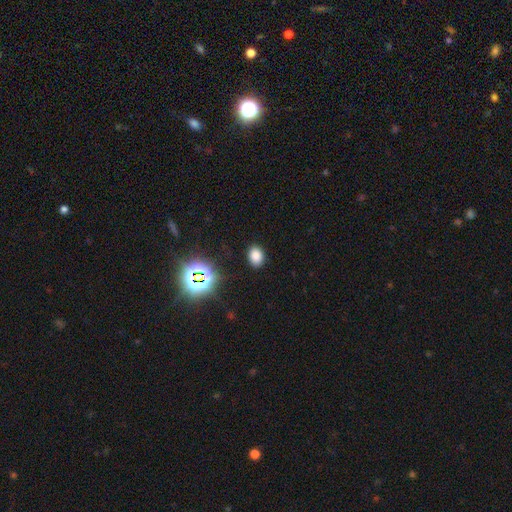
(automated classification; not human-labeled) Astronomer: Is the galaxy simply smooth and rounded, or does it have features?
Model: smooth — 77%.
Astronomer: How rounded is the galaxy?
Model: in between — 75%.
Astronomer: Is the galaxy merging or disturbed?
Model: none — 88%.